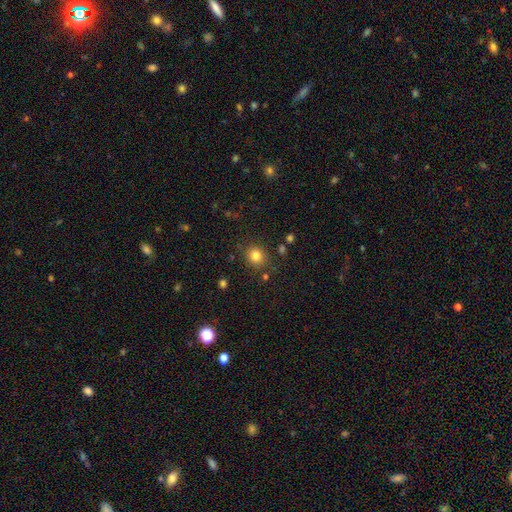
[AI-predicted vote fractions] Smooth or featured?
  - smooth: 82% *
  - star or artifact: 12%
  - featured or disk: 6%
How rounded?
  - round: 82% *
  - in between: 18%
  - cigar-shaped: 1%
Merging?
  - none: 84% *
  - minor disturbance: 10%
  - major disturbance: 4%
  - merger: 3%